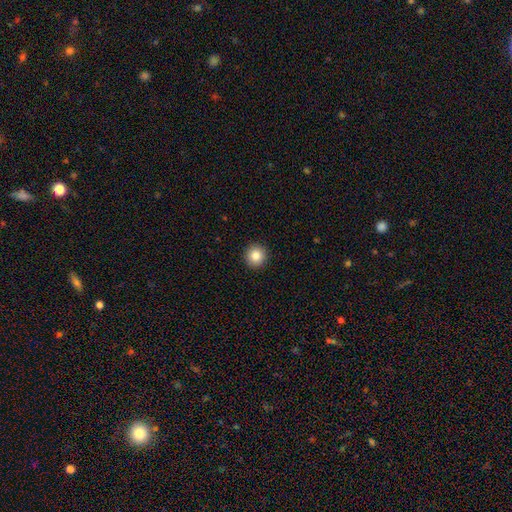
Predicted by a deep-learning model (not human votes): Smooth or featured? Predicted: smooth (p=0.84). How rounded? Predicted: round (p=0.95). Merging? Predicted: none (p=0.93).